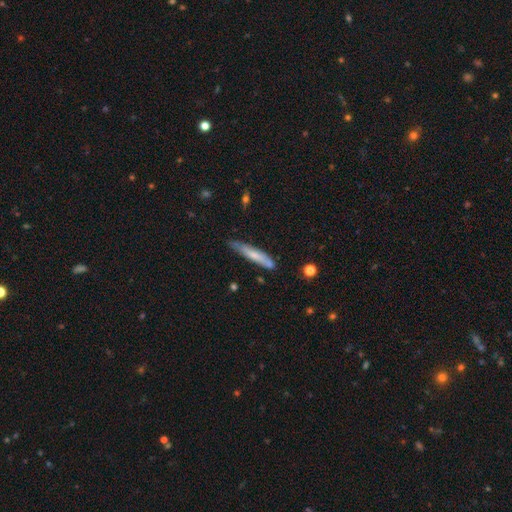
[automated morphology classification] Smooth or featured? smooth (60%)
How rounded? cigar-shaped (91%)
Merging? none (71%)